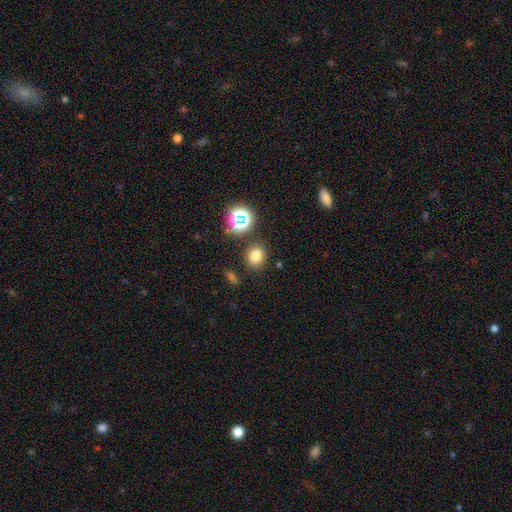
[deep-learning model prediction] Q: Smooth or featured?
A: smooth (76%); runner-up: star or artifact (18%)
Q: How rounded?
A: round (78%); runner-up: in between (21%)
Q: Merging?
A: none (84%); runner-up: minor disturbance (9%)